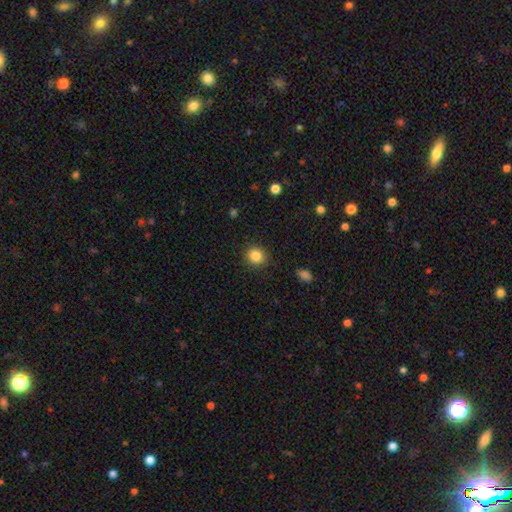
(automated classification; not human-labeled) This is clearly a smooth galaxy (85%). How rounded: clearly round (83%). Merging: clearly none (89%).